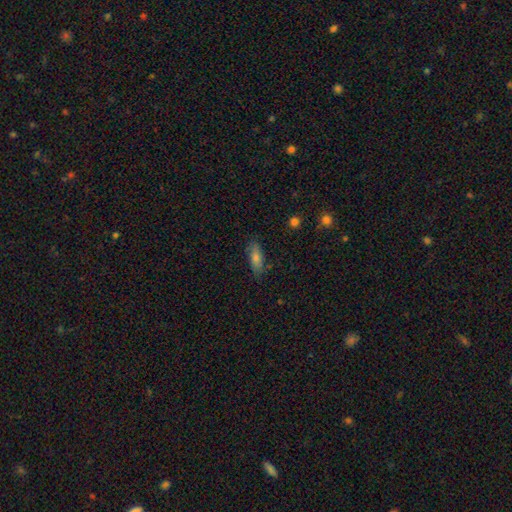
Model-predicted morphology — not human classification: smooth-or-featured: smooth: 69% | featured or disk: 21% | star or artifact: 11%
  how-rounded: in between: 57% | cigar-shaped: 39% | round: 3%
  merging: none: 81% | minor disturbance: 15% | major disturbance: 3% | merger: 2%